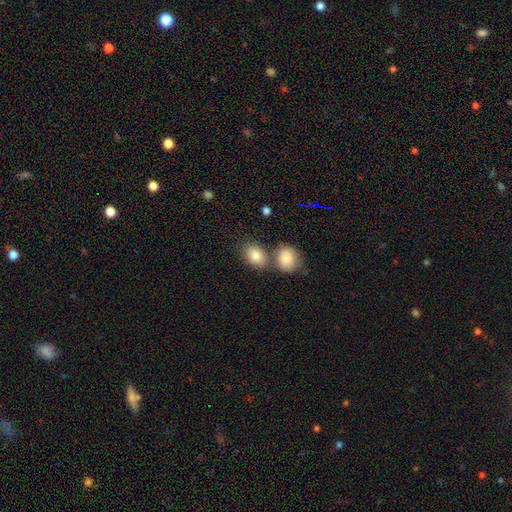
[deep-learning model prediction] This is clearly a smooth galaxy (83%). How rounded: likely in between (68%). Merging: possibly none (54%).